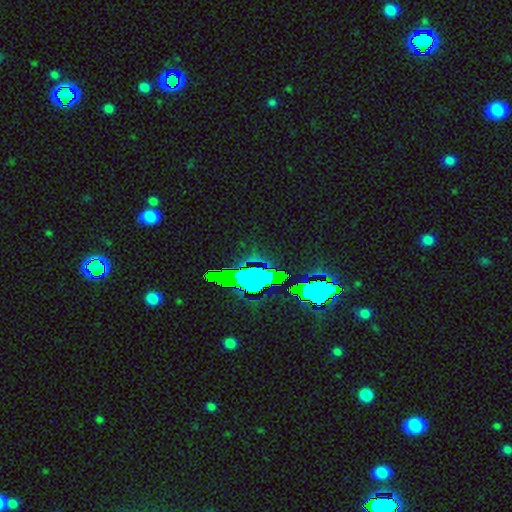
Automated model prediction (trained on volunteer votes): This is likely a star or artifact rather than a galaxy (74%).